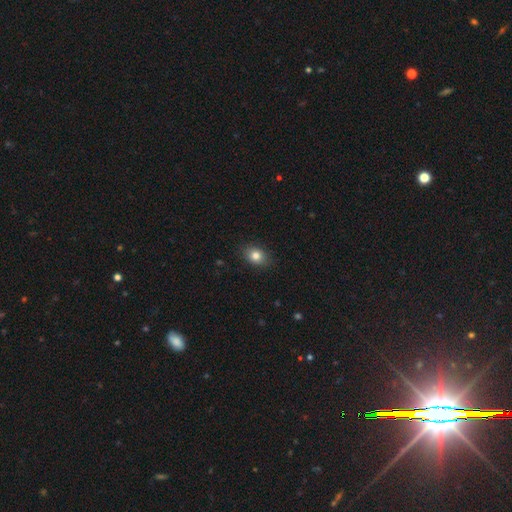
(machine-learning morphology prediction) Smooth or featured? Predicted: smooth (p=0.82). How rounded? Predicted: in between (p=0.68). Merging? Predicted: none (p=0.87).